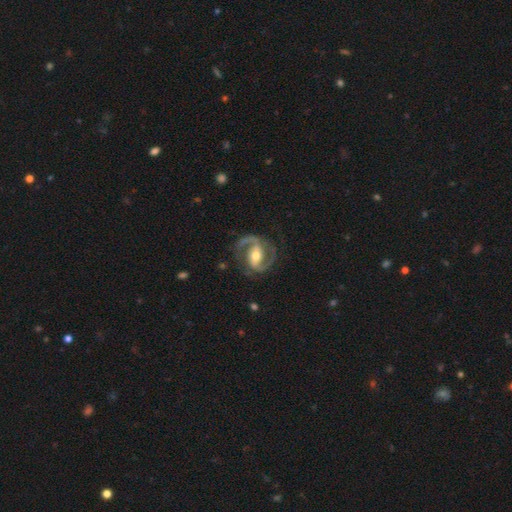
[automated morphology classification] Smooth or featured? featured or disk (91%)
Edge-on disk? no (98%)
Bar? weak (37%)
Spiral arms? yes (97%)
Spiral winding? medium (60%)
Spiral arm count? 2 (92%)
Bulge size? moderate (68%)
Merging? none (78%)